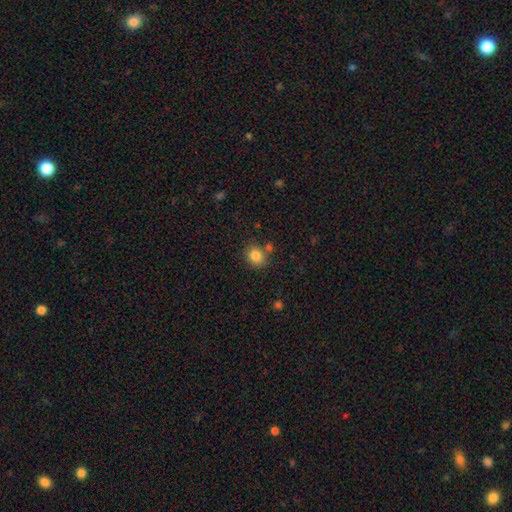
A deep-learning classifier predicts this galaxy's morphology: Smooth or featured? Predicted: smooth (p=0.84). How rounded? Predicted: round (p=0.69). Merging? Predicted: none (p=0.74).